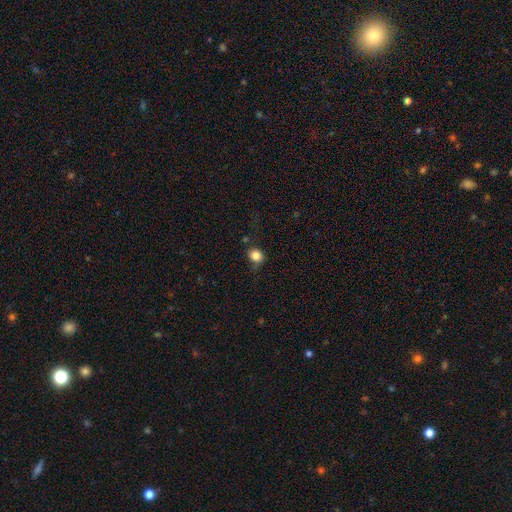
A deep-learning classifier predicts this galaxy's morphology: Overall: smooth (82%). How rounded: round (75%). Merging: none (70%).